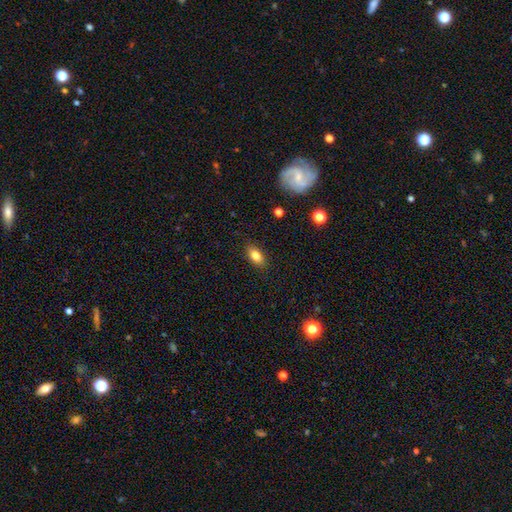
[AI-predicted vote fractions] The model was most divided on "smooth or featured": smooth: 82%, star or artifact: 9%, featured or disk: 9%. More confident: how rounded — in between (88%); merging — none (87%).